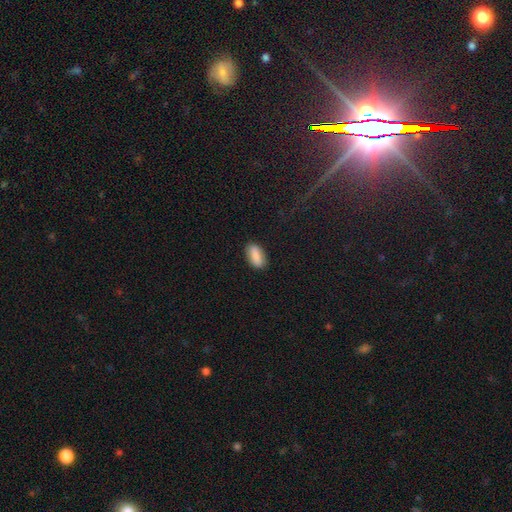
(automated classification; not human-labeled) This appears to be a smooth galaxy with no disk features (86%) that is in between round and cigar-shaped (89%). Merging: none (86%).